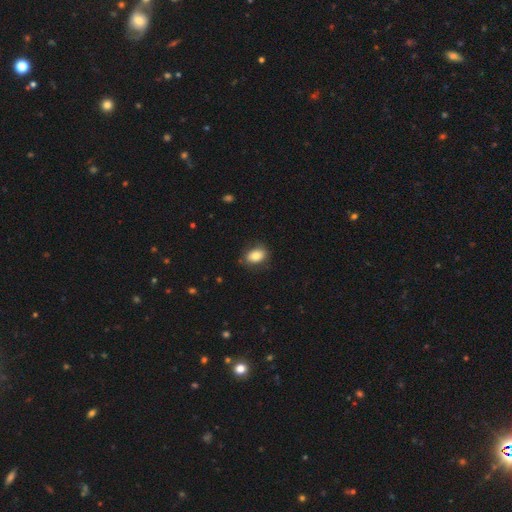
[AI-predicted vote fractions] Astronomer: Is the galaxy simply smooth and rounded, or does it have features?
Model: smooth — 82%.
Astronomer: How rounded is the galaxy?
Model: in between — 77%.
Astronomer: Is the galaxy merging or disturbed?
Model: none — 81%.